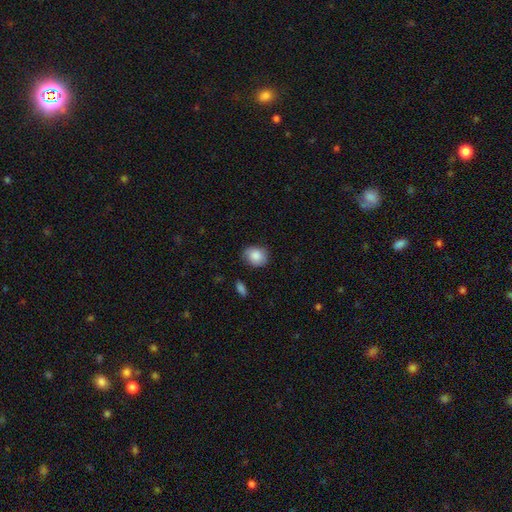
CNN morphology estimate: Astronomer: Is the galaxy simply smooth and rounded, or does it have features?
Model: smooth — 86%.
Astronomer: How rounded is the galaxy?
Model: round — 57% (runner-up: in between, 42%).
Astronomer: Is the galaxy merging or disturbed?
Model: none — 77%.